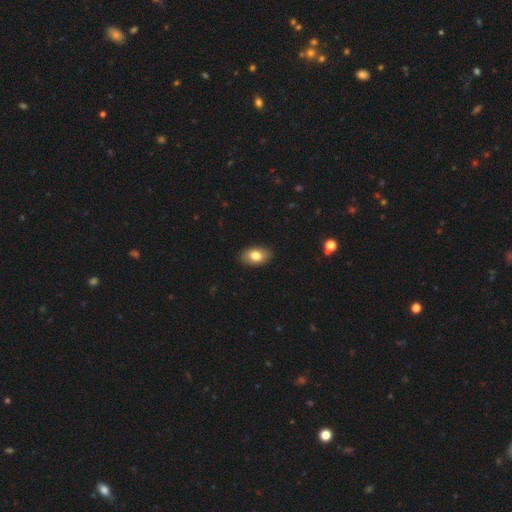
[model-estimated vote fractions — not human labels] Smooth or featured: smooth — 81% (featured or disk — 12%)
How rounded: in between — 89% (round — 10%)
Merging: none — 88% (minor disturbance — 9%)